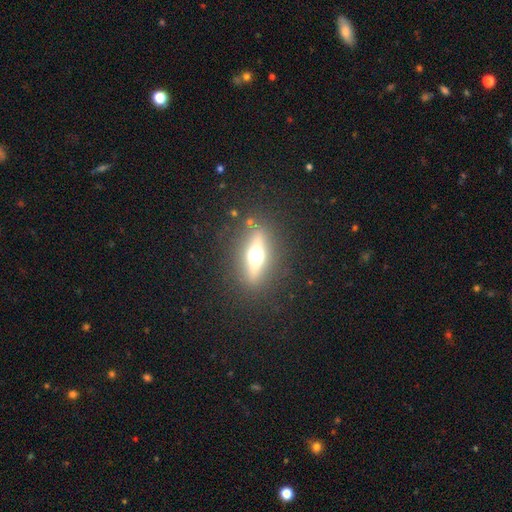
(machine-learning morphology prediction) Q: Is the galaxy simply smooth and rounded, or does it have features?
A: featured or disk — 61%.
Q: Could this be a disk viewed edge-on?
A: yes — 85%.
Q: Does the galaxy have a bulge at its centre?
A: rounded — 96%.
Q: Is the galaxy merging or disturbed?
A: none — 86%.